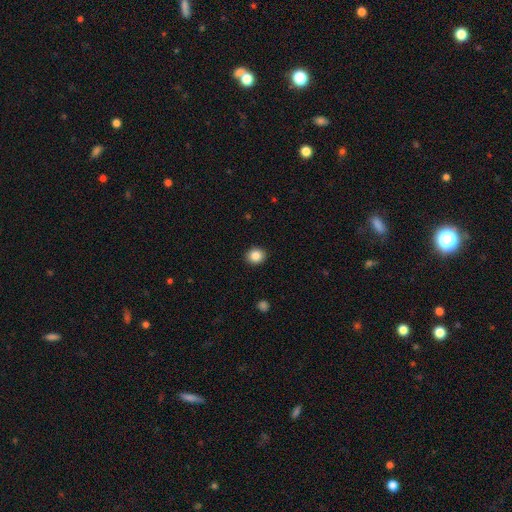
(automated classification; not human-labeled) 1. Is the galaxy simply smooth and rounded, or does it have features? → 86% smooth, 10% star or artifact, 5% featured or disk.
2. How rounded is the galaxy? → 77% round, 22% in between, 1% cigar-shaped.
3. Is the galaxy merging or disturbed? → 92% none, 5% minor disturbance, 2% major disturbance, 1% merger.